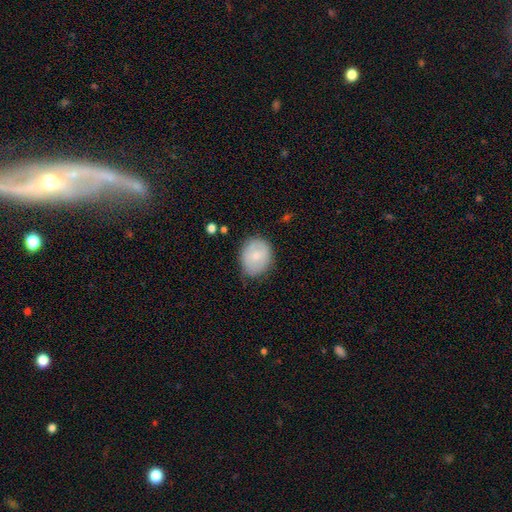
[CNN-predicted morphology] smooth_or_featured: smooth (p=0.73) [alt: featured or disk p=0.20]
how_rounded: round (p=0.63) [alt: in between p=0.36]
merging: none (p=0.71) [alt: minor disturbance p=0.23]